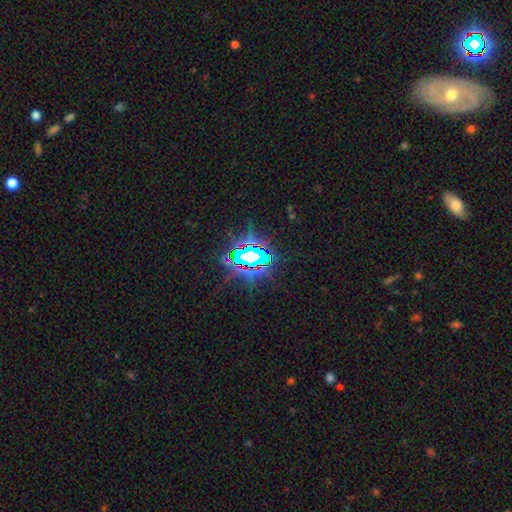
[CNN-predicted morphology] This is likely a star or artifact rather than a galaxy (75%).